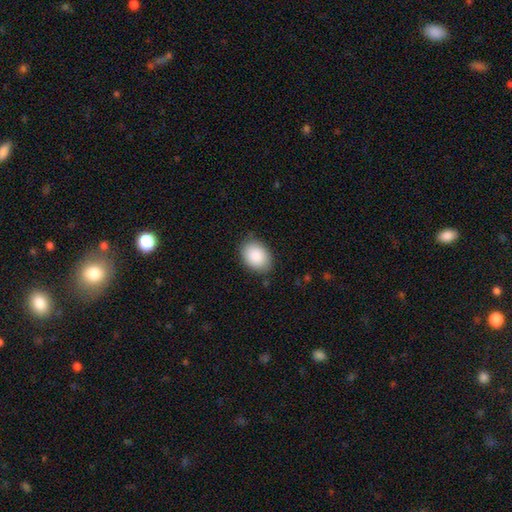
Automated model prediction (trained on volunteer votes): Smooth or featured: smooth — 90% (star or artifact — 6%)
How rounded: in between — 76% (round — 23%)
Merging: none — 83% (minor disturbance — 13%)